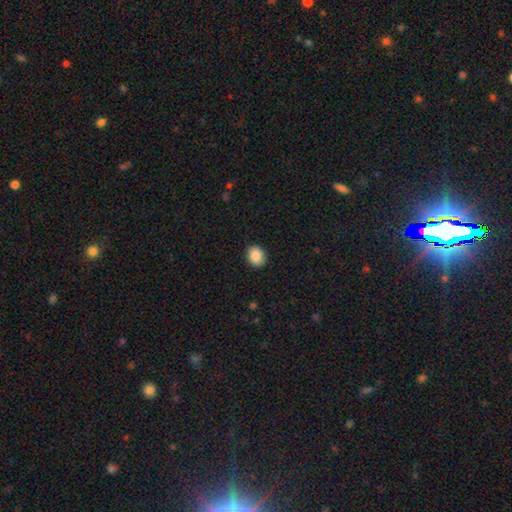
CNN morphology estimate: smooth-or-featured: smooth: 89% | star or artifact: 8% | featured or disk: 3%
  how-rounded: round: 51% | in between: 49% | cigar-shaped: 1%
  merging: none: 90% | minor disturbance: 7% | major disturbance: 2% | merger: 1%